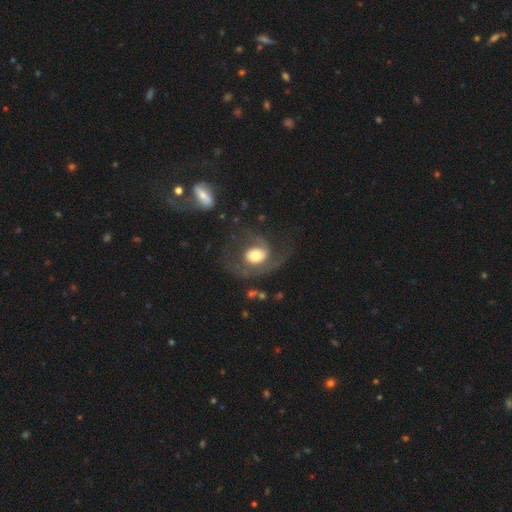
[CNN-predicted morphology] A featured or disk galaxy (67%) with no bar (69%), 2 (59%) medium (46%) spiral arms (83%) and a moderate central bulge (50%). Merging: none (44%).